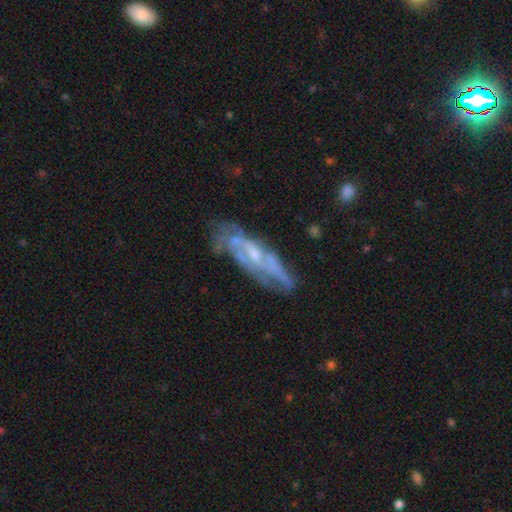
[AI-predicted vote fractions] The model was most divided on "bar": no: 52%, weak: 37%, strong: 12%. More confident: smooth or featured — featured or disk (76%); spiral arms — yes (73%); edge-on disk — no (73%); merging — none (57%); bulge size — small (54%).